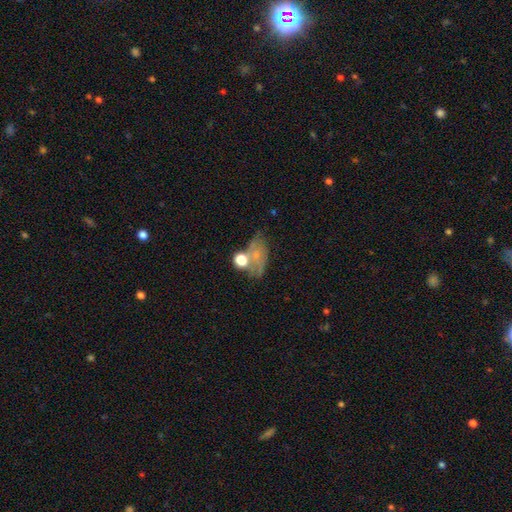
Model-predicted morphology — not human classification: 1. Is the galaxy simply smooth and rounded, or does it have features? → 45% smooth, 36% featured or disk, 20% star or artifact.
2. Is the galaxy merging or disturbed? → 37% none, 21% minor disturbance, 21% major disturbance, 21% merger.